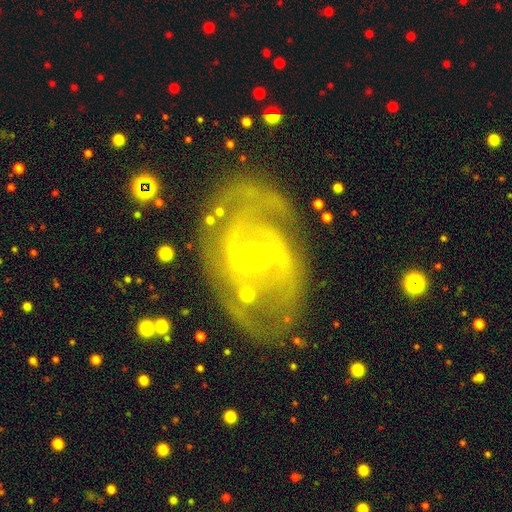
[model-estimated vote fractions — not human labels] featured or disk 87%, smooth 7%, star or artifact 6%. Down the decision tree: edge-on disk — no (96%); bar — strong (55%); spiral arms — yes (87%); spiral arm count — 2 (70%); spiral winding — medium (50%); bulge size — small (83%); merging — none (65%).